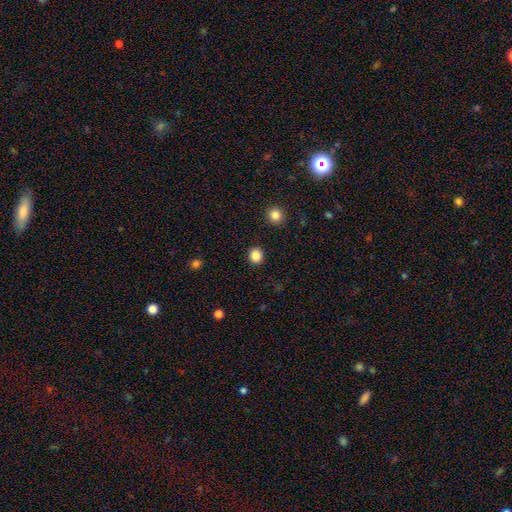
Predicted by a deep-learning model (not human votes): smooth_or_featured: smooth (p=0.86) [alt: star or artifact p=0.11]
how_rounded: round (p=0.84) [alt: in between p=0.15]
merging: none (p=0.91) [alt: minor disturbance p=0.05]